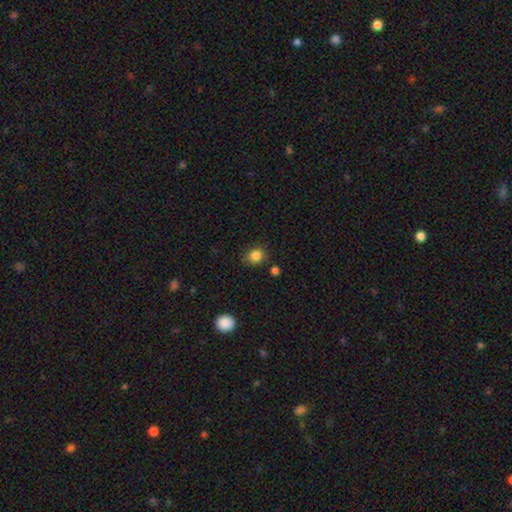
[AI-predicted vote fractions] A smooth galaxy with no disk features (84%) that is round (74%).

Vote fractions:
- Smooth or featured? smooth: 84% / star or artifact: 11% / featured or disk: 5%
- How rounded? round: 74% / in between: 25% / cigar-shaped: 1%
- Merging? none: 82% / minor disturbance: 12% / merger: 4% / major disturbance: 3%